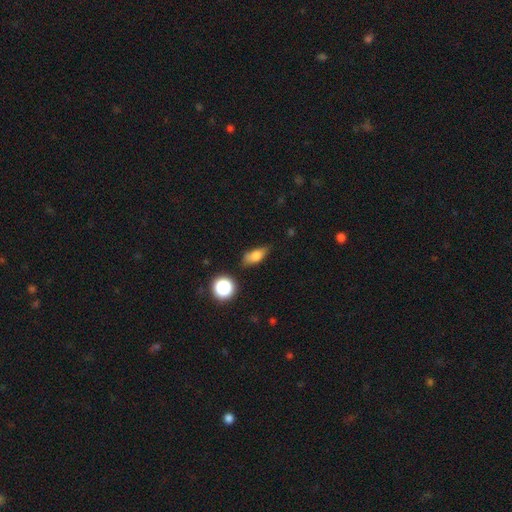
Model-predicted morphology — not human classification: A smooth galaxy with no disk features (76%) that is in between round and cigar-shaped (76%). Merging: none (68%).